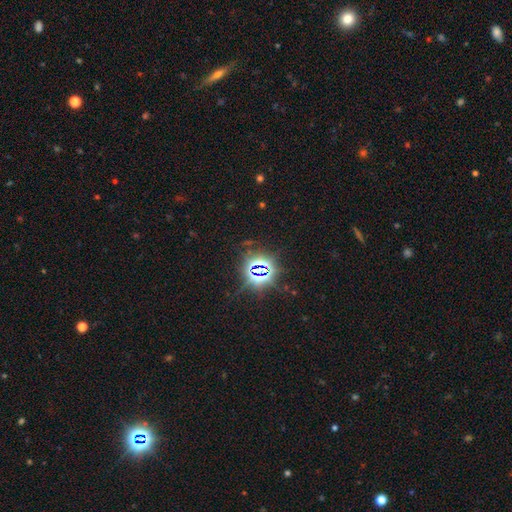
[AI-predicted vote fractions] The model was most divided on "smooth or featured": star or artifact: 81%, smooth: 11%, featured or disk: 8%.